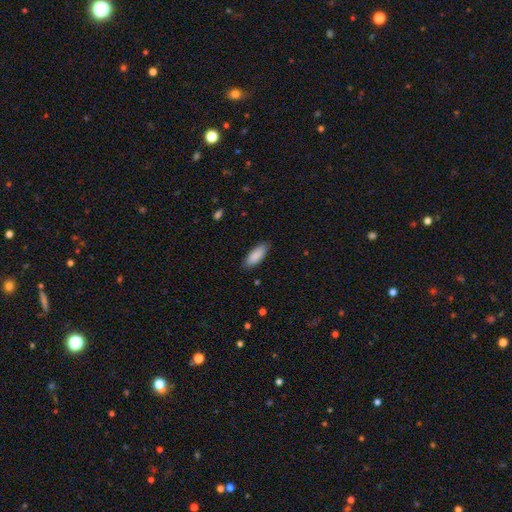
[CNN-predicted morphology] Smooth or featured?
  - smooth: 89% *
  - star or artifact: 6%
  - featured or disk: 6%
How rounded?
  - in between: 79% *
  - cigar-shaped: 20%
  - round: 2%
Merging?
  - none: 85% *
  - minor disturbance: 12%
  - major disturbance: 2%
  - merger: 1%